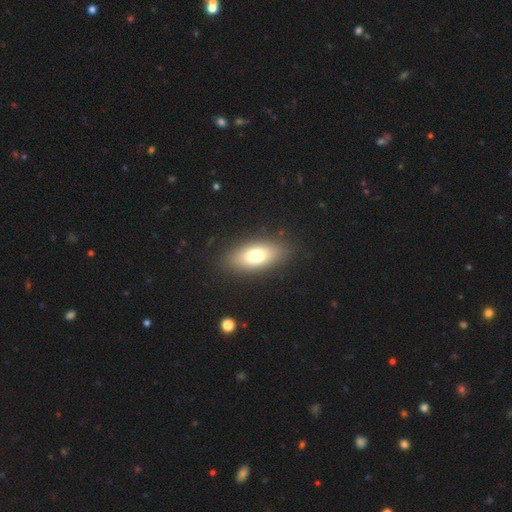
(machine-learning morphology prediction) smooth-or-featured: smooth: 75% | featured or disk: 16% | star or artifact: 8%
  how-rounded: in between: 86% | cigar-shaped: 9% | round: 5%
  merging: none: 87% | minor disturbance: 9% | major disturbance: 3% | merger: 1%